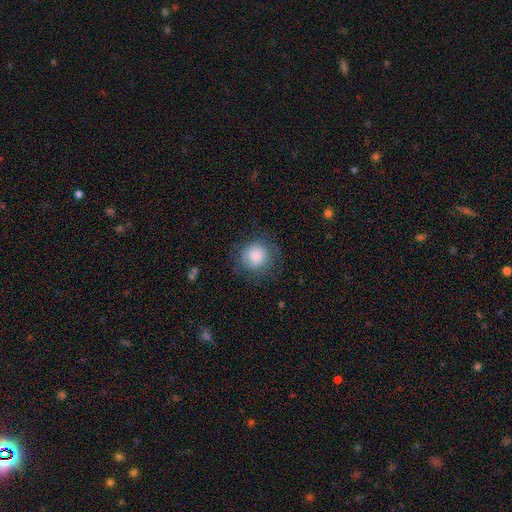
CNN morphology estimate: smooth-or-featured: smooth: 83% | featured or disk: 9% | star or artifact: 8%
  how-rounded: round: 89% | in between: 11% | cigar-shaped: 1%
  merging: none: 74% | minor disturbance: 17% | major disturbance: 8% | merger: 1%